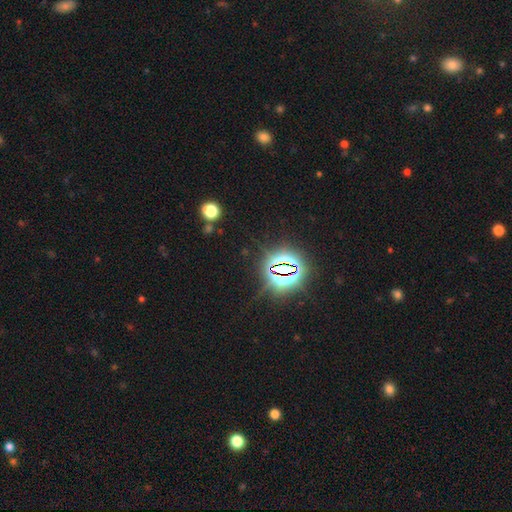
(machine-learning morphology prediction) Smooth or featured?
  - star or artifact: 82% *
  - smooth: 11%
  - featured or disk: 7%